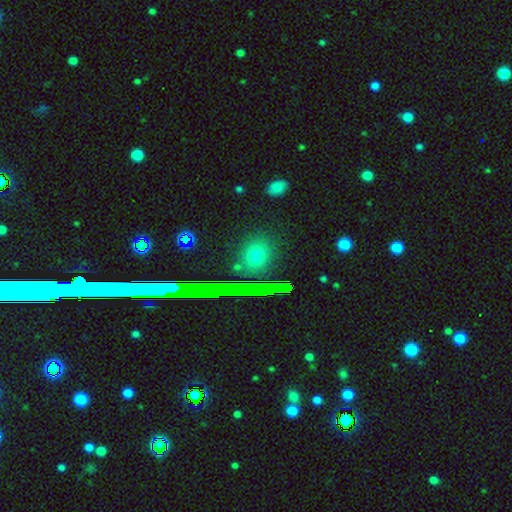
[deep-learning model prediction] Q: Smooth or featured?
A: smooth (66%); runner-up: star or artifact (26%)
Q: How rounded?
A: round (74%); runner-up: in between (24%)
Q: Merging?
A: none (87%); runner-up: minor disturbance (8%)